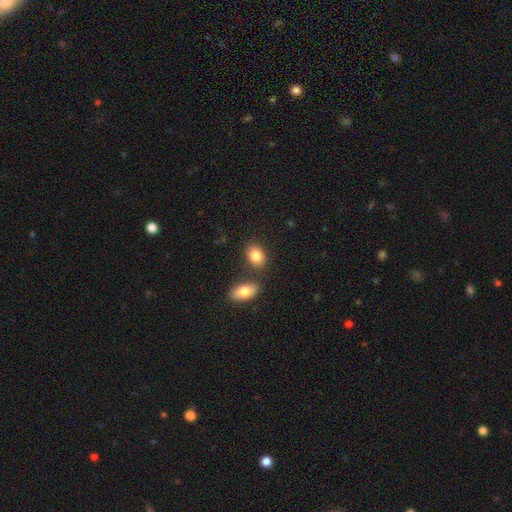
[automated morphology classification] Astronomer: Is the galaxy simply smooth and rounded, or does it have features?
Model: smooth — 84%.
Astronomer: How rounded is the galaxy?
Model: in between — 78%.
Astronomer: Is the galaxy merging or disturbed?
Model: none — 69%.